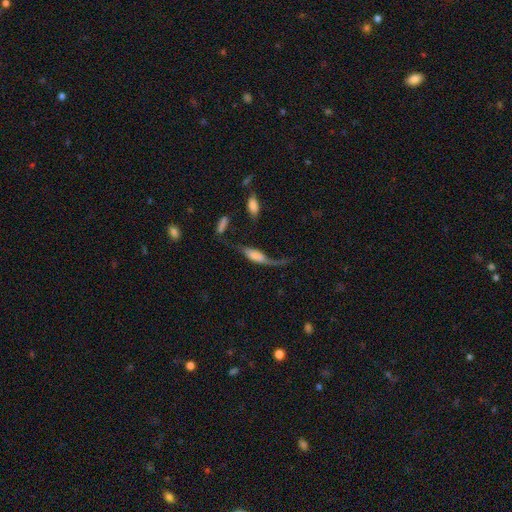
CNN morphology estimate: Q: Smooth or featured?
A: featured or disk (49%); runner-up: smooth (42%)
Q: Merging?
A: major disturbance (41%); runner-up: none (28%)